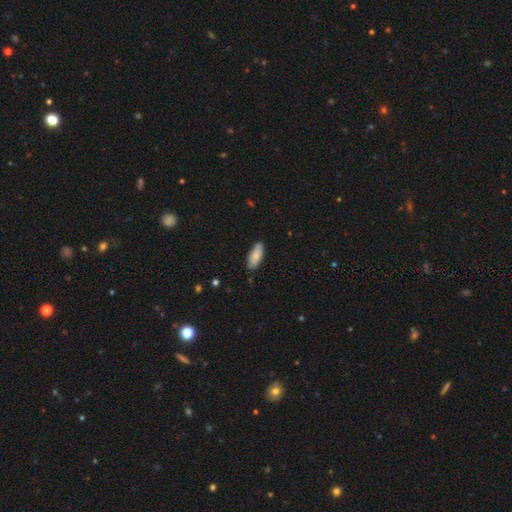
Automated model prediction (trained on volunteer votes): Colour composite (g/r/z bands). It shows a smooth galaxy with no disk features (79%) that is in between round and cigar-shaped (83%). Merging: none (83%).